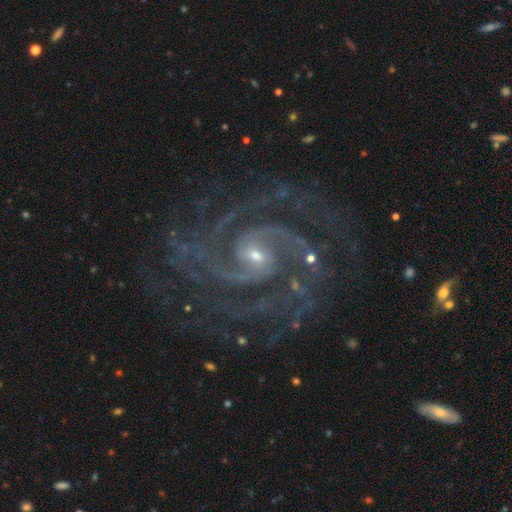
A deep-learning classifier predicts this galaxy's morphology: A featured or disk galaxy (92%) with a weak bar (43%), 2 (36%) medium (47%) spiral arms (99%) and a small central bulge (65%).

Vote fractions:
- Smooth or featured? featured or disk: 92% / star or artifact: 6% / smooth: 2%
- Edge-on disk? no: 98% / yes: 2%
- Bar? weak: 43% / no: 41% / strong: 17%
- Spiral arms? yes: 99% / no: 1%
- Spiral winding? medium: 47% / tight: 44% / loose: 9%
- Spiral arm count? 2: 36% / 3: 19% / 4: 14% / can't tell: 13% / more than 4: 9% / 1: 9%
- Bulge size? small: 65% / moderate: 31% / large: 2% / none: 2% / dominant: 1%
- Merging? none: 71% / minor disturbance: 14% / major disturbance: 12% / merger: 2%